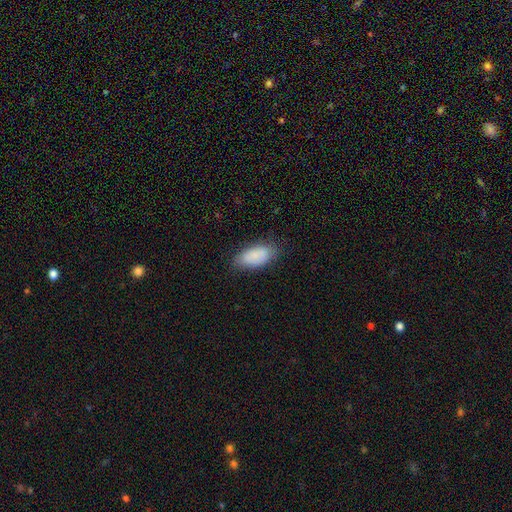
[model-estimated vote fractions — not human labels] Morphology: type=smooth (83%); roundness=in between (92%); merging=none (75%).